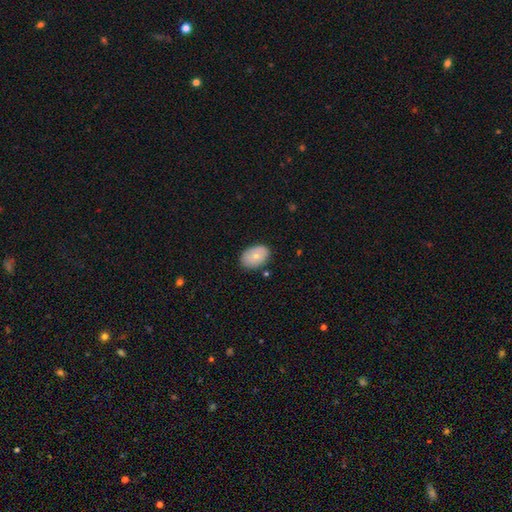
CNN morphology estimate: Smooth or featured: smooth — 75% (featured or disk — 18%)
How rounded: in between — 85% (round — 14%)
Merging: none — 81% (minor disturbance — 14%)